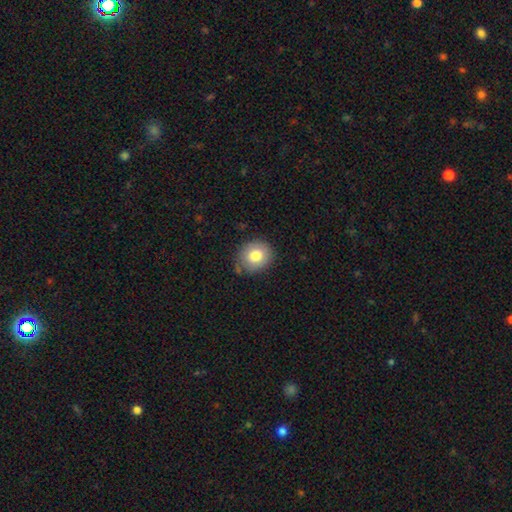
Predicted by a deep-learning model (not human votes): Morphology: type=smooth (80%); roundness=round (75%); merging=none (78%).